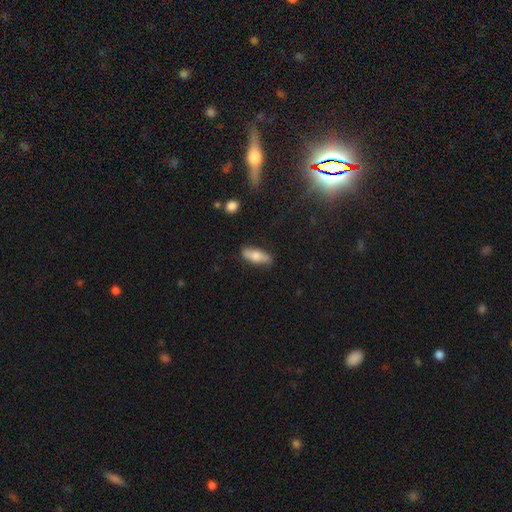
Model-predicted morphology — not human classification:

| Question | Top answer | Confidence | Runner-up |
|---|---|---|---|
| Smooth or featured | smooth | 67% | featured or disk (27%) |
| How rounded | in between | 68% | cigar-shaped (29%) |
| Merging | none | 80% | minor disturbance (15%) |